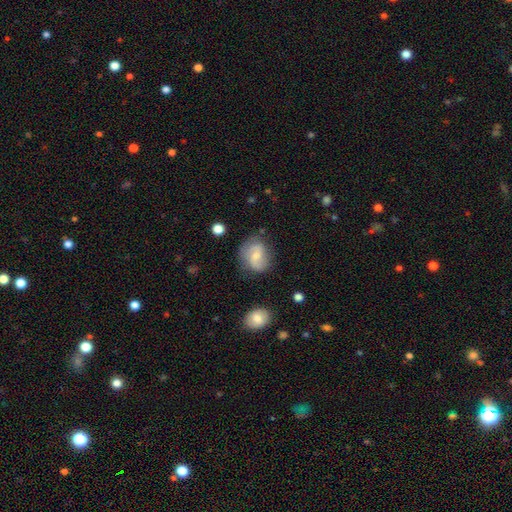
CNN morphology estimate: Smooth or featured: smooth — 50% (featured or disk — 42%)
Merging: none — 61% (minor disturbance — 26%)